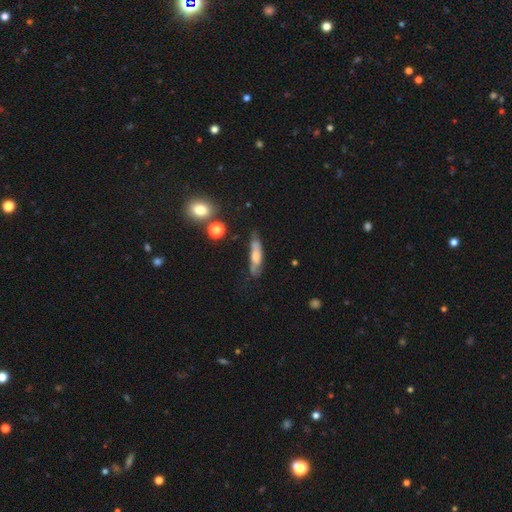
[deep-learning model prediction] This appears to be a smooth galaxy with no disk features (52%) that is cigar-shaped (68%). Merging: none (63%).